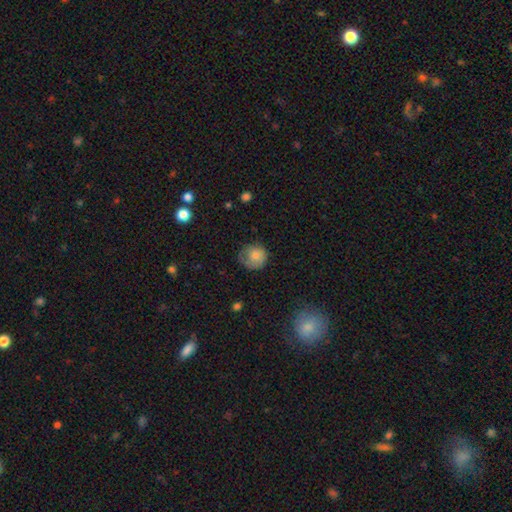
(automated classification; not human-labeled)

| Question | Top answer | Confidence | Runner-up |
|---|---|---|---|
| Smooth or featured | smooth | 76% | featured or disk (16%) |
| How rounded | round | 87% | in between (12%) |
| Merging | none | 60% | minor disturbance (27%) |